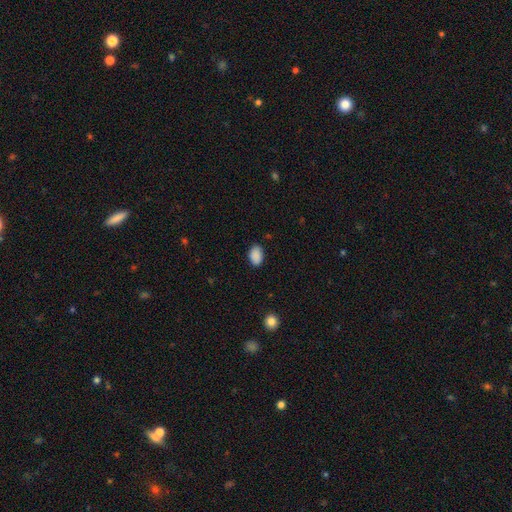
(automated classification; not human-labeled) Overall: smooth (89%). How rounded: in between (88%). Merging: none (83%).